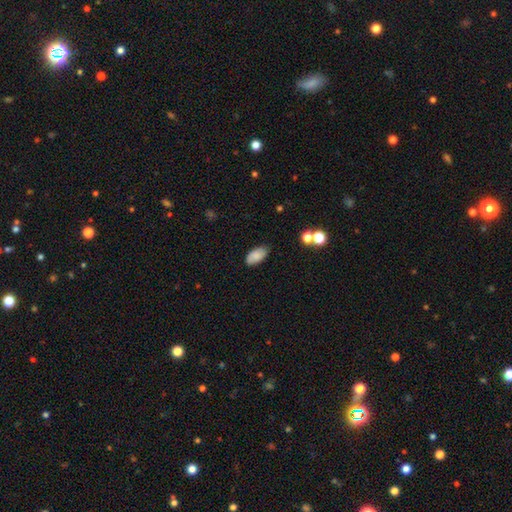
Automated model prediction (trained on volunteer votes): smooth_or_featured: smooth (p=0.78) [alt: featured or disk p=0.14]
how_rounded: in between (p=0.94) [alt: round p=0.04]
merging: none (p=0.78) [alt: minor disturbance p=0.16]